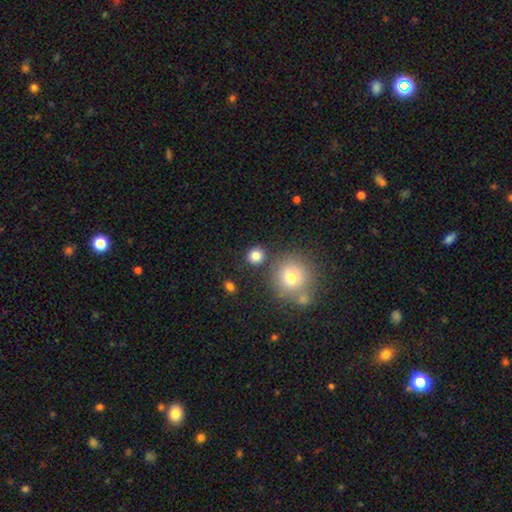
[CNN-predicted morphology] Smooth or featured? Predicted: smooth (p=0.81). How rounded? Predicted: round (p=0.91). Merging? Predicted: none (p=0.83).